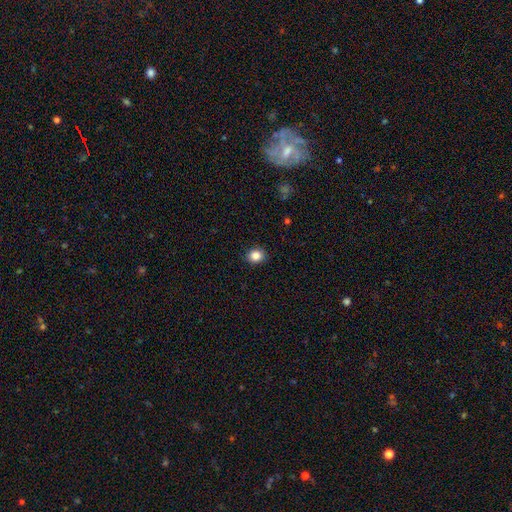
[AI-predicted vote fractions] Smooth or featured: smooth — 85% (star or artifact — 10%)
How rounded: round — 69% (in between — 30%)
Merging: none — 90% (minor disturbance — 7%)